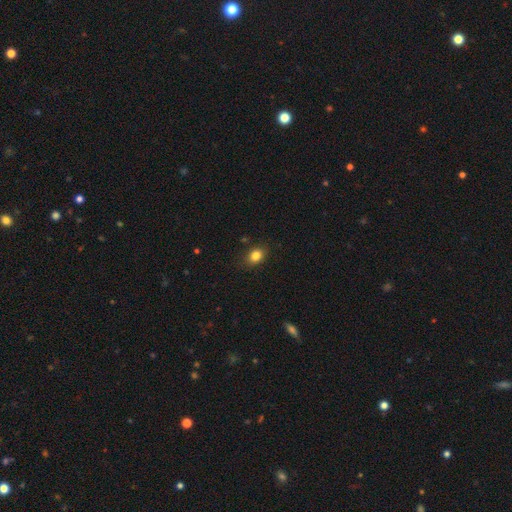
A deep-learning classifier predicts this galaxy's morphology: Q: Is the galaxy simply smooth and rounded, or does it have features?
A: smooth — 83%.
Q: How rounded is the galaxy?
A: in between — 60%.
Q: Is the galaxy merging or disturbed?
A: none — 82%.